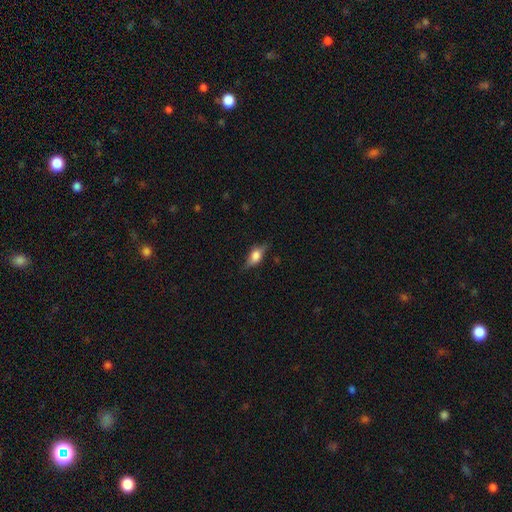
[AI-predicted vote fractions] smooth 50%, featured or disk 41%, star or artifact 9%. Down the decision tree: how rounded — in between (71%); merging — none (74%).